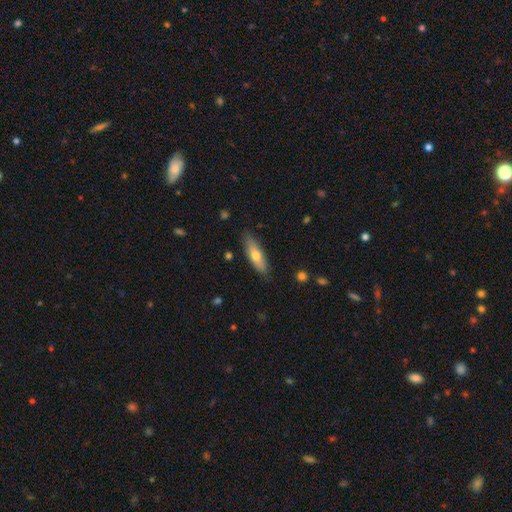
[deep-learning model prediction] smooth_or_featured: smooth (p=0.64) [alt: featured or disk p=0.31]
how_rounded: cigar-shaped (p=0.56) [alt: in between p=0.42]
merging: none (p=0.84) [alt: minor disturbance p=0.12]